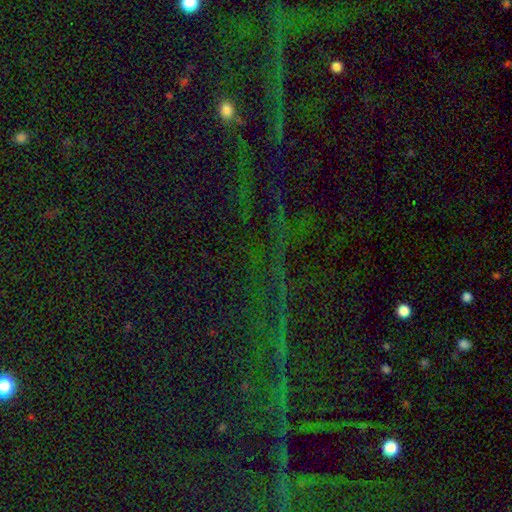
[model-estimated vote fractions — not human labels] star or artifact 81%, featured or disk 10%, smooth 9%.